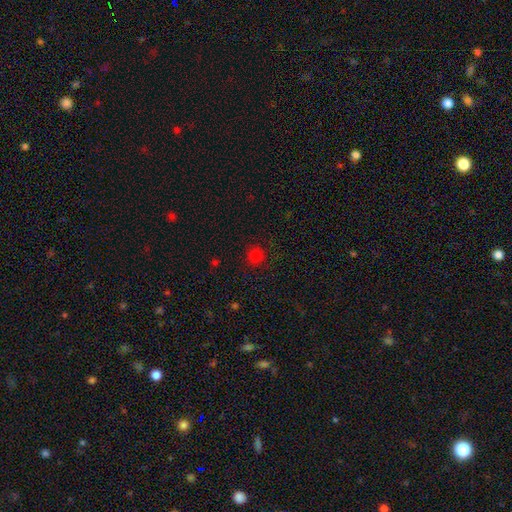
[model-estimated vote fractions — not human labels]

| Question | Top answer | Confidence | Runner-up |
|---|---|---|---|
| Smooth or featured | smooth | 79% | star or artifact (18%) |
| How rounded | round | 91% | in between (8%) |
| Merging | none | 89% | minor disturbance (7%) |